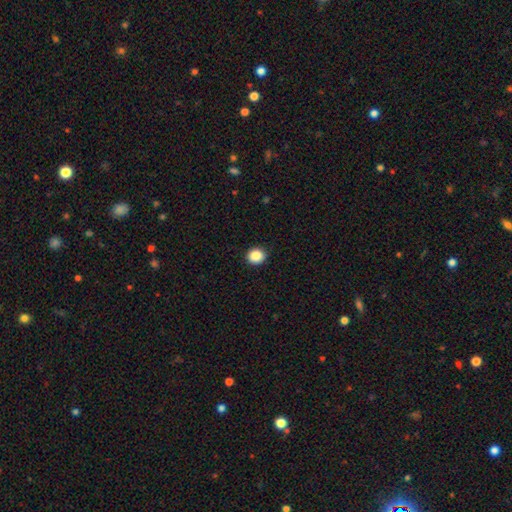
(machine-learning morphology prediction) smooth_or_featured: smooth (p=0.87) [alt: star or artifact p=0.10]
how_rounded: round (p=0.80) [alt: in between p=0.19]
merging: none (p=0.89) [alt: minor disturbance p=0.08]